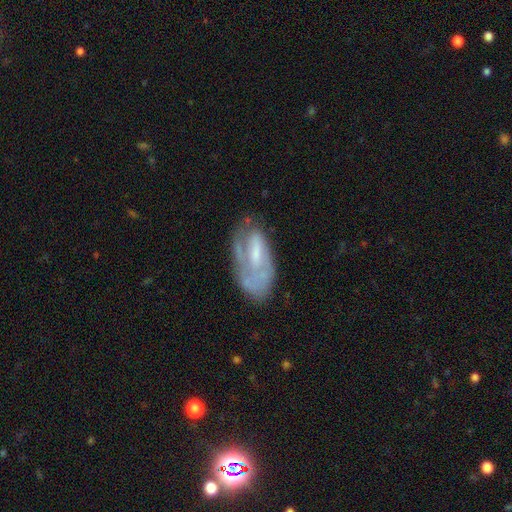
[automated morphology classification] smooth-or-featured: featured or disk: 61% | smooth: 32% | star or artifact: 7%
  disk-edge-on: no: 92% | yes: 8%
    bar: no: 43% | weak: 39% | strong: 18%
    has-spiral-arms: yes: 62% | no: 38%
    bulge-size: small: 38% | moderate: 33% | none: 21% | large: 6% | dominant: 1%
  merging: none: 49% | minor disturbance: 26% | major disturbance: 22% | merger: 4%